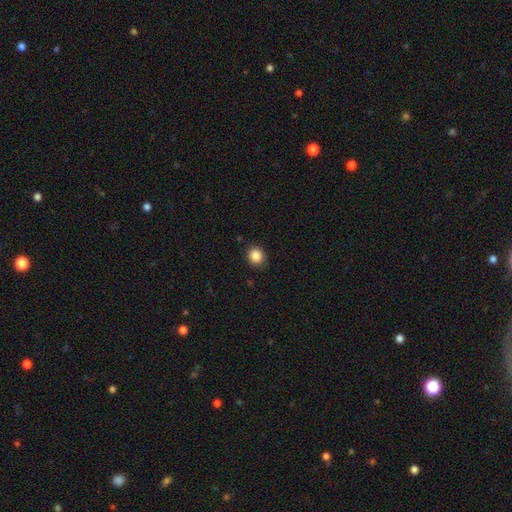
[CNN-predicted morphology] The model was most divided on "how rounded": round: 79%, in between: 20%, cigar-shaped: 1%. More confident: merging — none (89%); smooth or featured — smooth (86%).